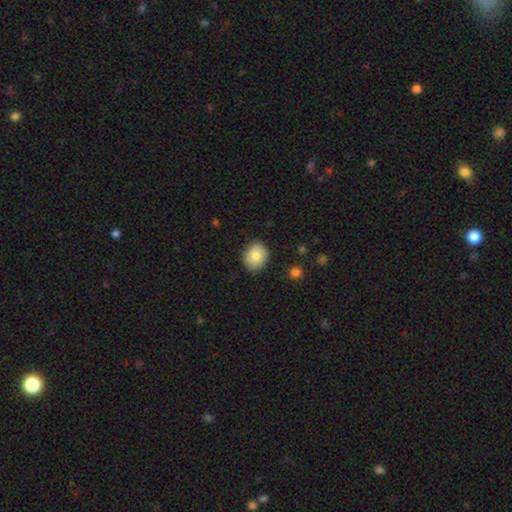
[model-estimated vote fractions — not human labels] Smooth or featured? smooth (81%)
How rounded? round (64%)
Merging? none (84%)